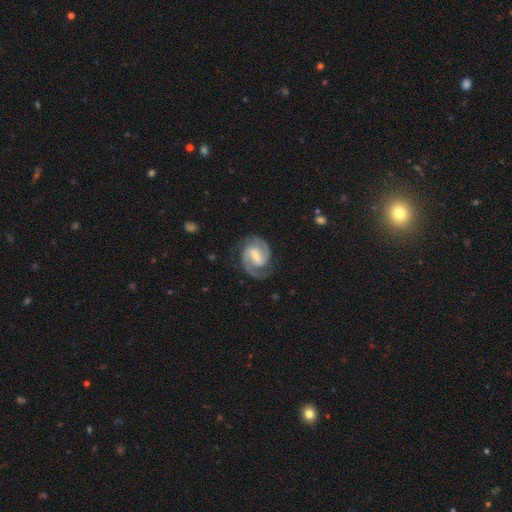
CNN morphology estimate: A featured or disk galaxy (90%) with a weak bar (48%), 2 (92%) medium (51%) spiral arms (98%) and a small central bulge (44%).

Vote fractions:
- Smooth or featured? featured or disk: 90% / smooth: 6% / star or artifact: 4%
- Edge-on disk? no: 98% / yes: 2%
- Bar? weak: 48% / strong: 39% / no: 13%
- Spiral arms? yes: 98% / no: 2%
- Spiral winding? medium: 51% / tight: 41% / loose: 9%
- Spiral arm count? 2: 92% / can't tell: 3% / 1: 2% / 3: 2% / 4: 1% / more than 4: 1%
- Bulge size? small: 44% / moderate: 36% / none: 14% / large: 5% / dominant: 1%
- Merging? none: 80% / minor disturbance: 13% / major disturbance: 6% / merger: 1%